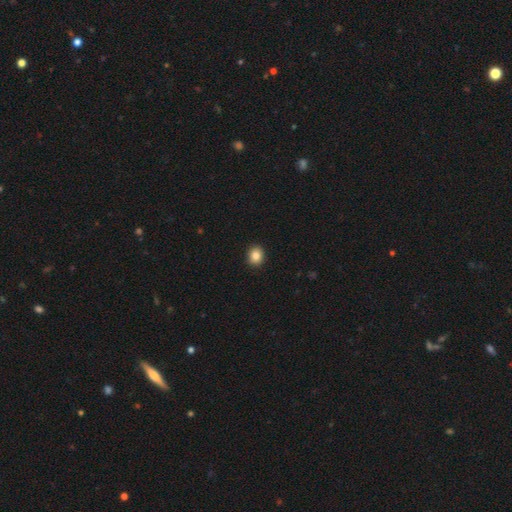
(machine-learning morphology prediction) smooth-or-featured: smooth: 85% | star or artifact: 10% | featured or disk: 5%
  how-rounded: round: 68% | in between: 31% | cigar-shaped: 1%
  merging: none: 92% | minor disturbance: 5% | major disturbance: 2% | merger: 1%